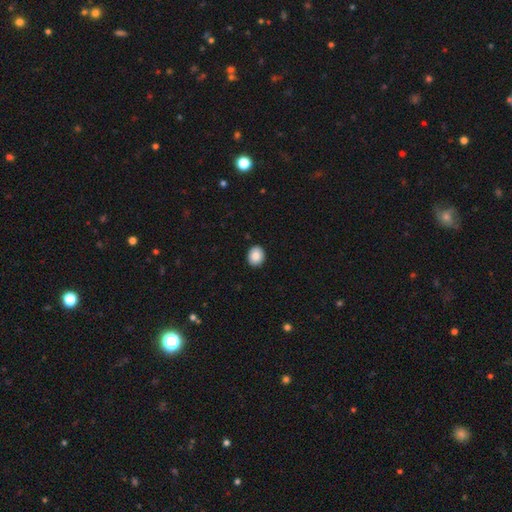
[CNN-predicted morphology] This is clearly a smooth galaxy (87%). How rounded: likely round (61%). Merging: clearly none (91%).